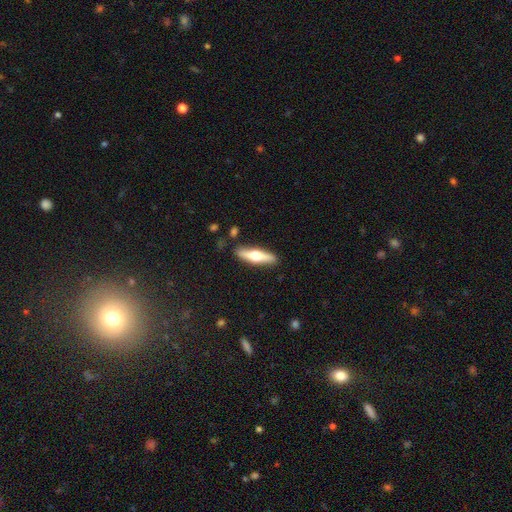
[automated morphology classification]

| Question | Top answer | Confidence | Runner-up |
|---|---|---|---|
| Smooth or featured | featured or disk | 51% | smooth (44%) |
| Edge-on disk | yes | 91% | no (9%) |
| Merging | none | 87% | minor disturbance (9%) |